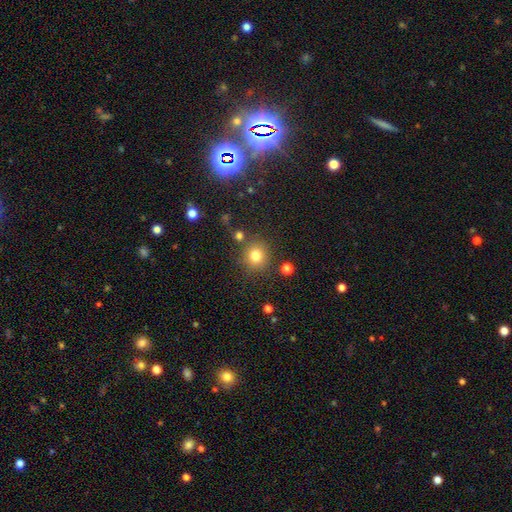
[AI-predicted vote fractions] Smooth or featured?
  - smooth: 79% *
  - star or artifact: 14%
  - featured or disk: 7%
How rounded?
  - round: 90% *
  - in between: 9%
  - cigar-shaped: 1%
Merging?
  - none: 81% *
  - minor disturbance: 9%
  - merger: 6%
  - major disturbance: 4%